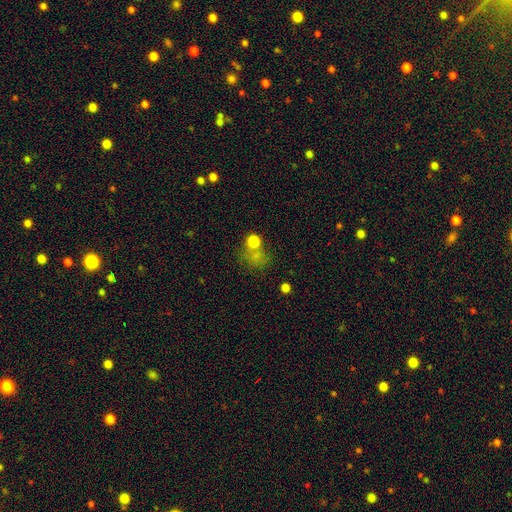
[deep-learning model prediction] Overall: smooth (68%). How rounded: round (76%). Merging: none (50%; merger 22%).